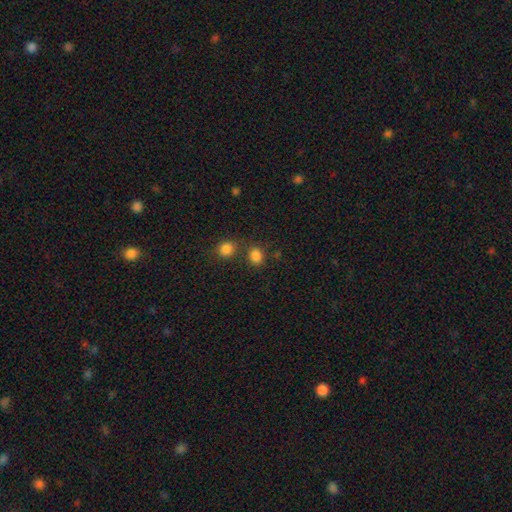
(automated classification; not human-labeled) A smooth galaxy with no disk features (83%) that is round (59%). Merging: none (69%).